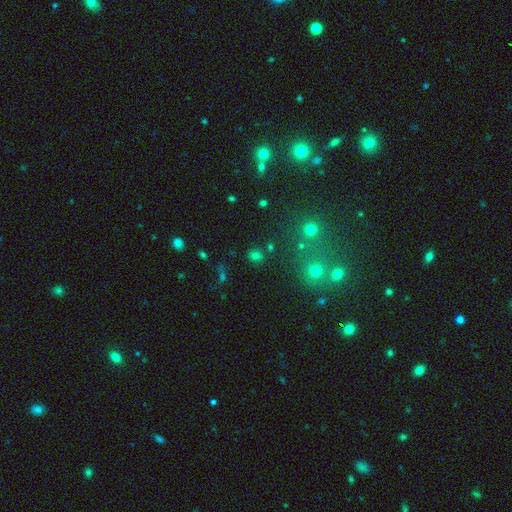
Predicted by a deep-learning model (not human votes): Smooth or featured? smooth (71%)
How rounded? round (73%)
Merging? none (82%)